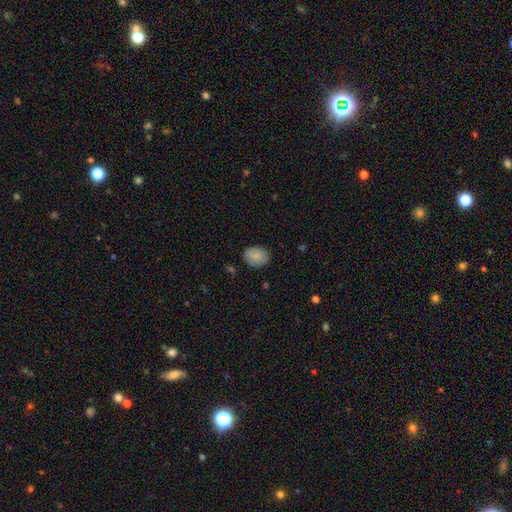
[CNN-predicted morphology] This is clearly a smooth galaxy (86%). How rounded: likely in between (62%). Merging: clearly none (82%).